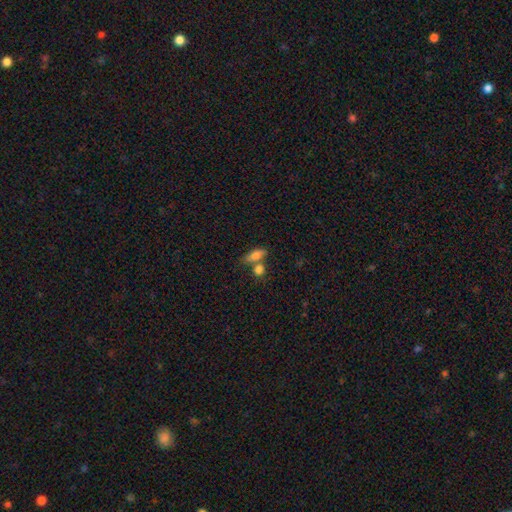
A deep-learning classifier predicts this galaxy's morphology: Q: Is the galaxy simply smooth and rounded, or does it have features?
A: smooth — 78%.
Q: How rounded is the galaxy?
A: in between — 72%.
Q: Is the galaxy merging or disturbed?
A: none — 45%.